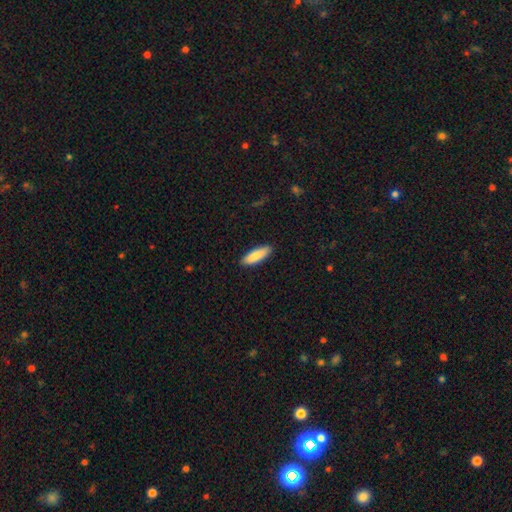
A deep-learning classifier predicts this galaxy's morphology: Smooth or featured: smooth — 87% (featured or disk — 8%)
How rounded: cigar-shaped — 52% (in between — 46%)
Merging: none — 90% (minor disturbance — 8%)